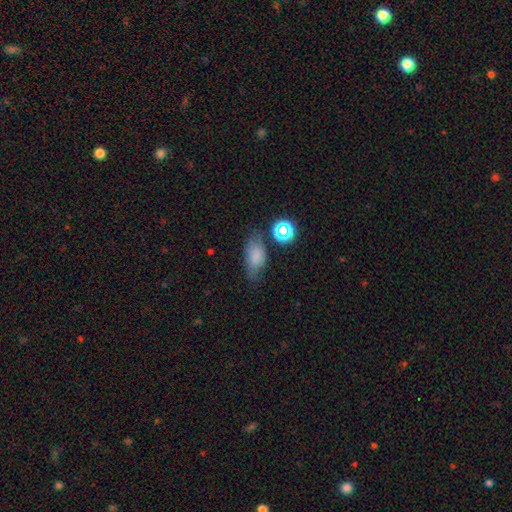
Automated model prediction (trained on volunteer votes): smooth-or-featured: smooth: 76% | star or artifact: 12% | featured or disk: 12%
  how-rounded: in between: 83% | round: 10% | cigar-shaped: 7%
  merging: none: 62% | minor disturbance: 25% | major disturbance: 8% | merger: 6%